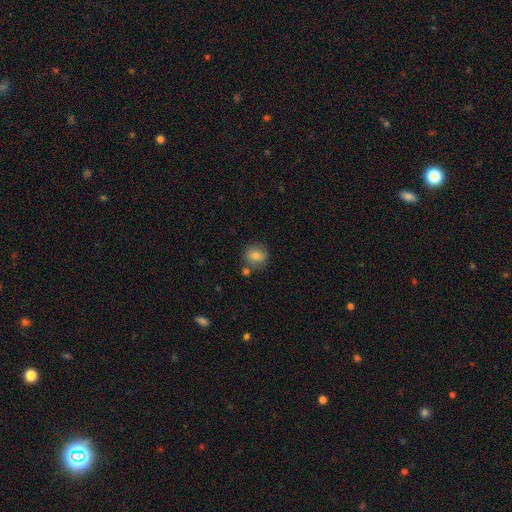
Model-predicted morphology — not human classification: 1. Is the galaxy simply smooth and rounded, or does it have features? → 80% smooth, 11% featured or disk, 10% star or artifact.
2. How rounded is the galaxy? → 77% round, 22% in between, 1% cigar-shaped.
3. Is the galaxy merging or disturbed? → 73% none, 12% minor disturbance, 11% merger, 3% major disturbance.